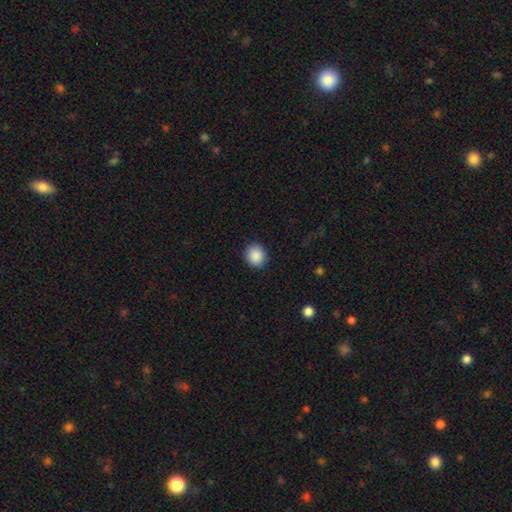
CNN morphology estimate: A smooth galaxy with no disk features (89%) that is round (78%).

Vote fractions:
- Smooth or featured? smooth: 89% / star or artifact: 8% / featured or disk: 3%
- How rounded? round: 78% / in between: 21% / cigar-shaped: 1%
- Merging? none: 90% / minor disturbance: 7% / major disturbance: 2% / merger: 1%